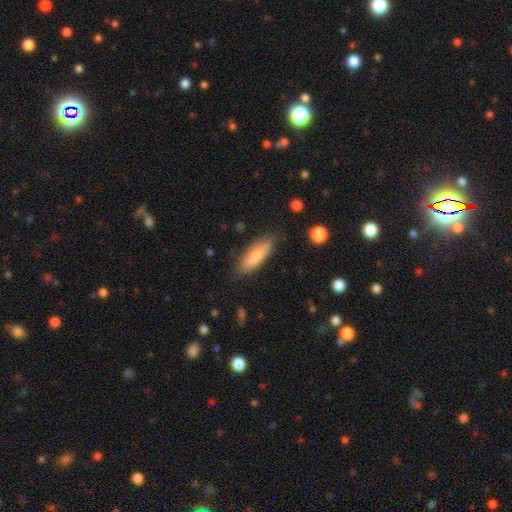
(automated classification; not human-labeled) smooth_or_featured: smooth (p=0.73) [alt: featured or disk p=0.21]
how_rounded: cigar-shaped (p=0.51) [alt: in between p=0.47]
merging: none (p=0.81) [alt: minor disturbance p=0.15]